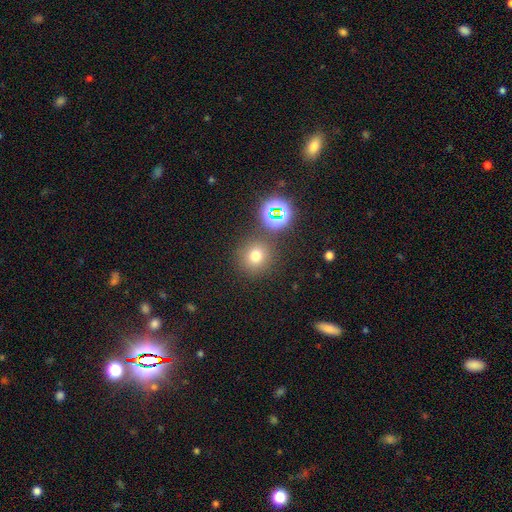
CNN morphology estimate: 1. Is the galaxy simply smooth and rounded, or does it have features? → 70% smooth, 22% star or artifact, 9% featured or disk.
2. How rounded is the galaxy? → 90% round, 9% in between, 1% cigar-shaped.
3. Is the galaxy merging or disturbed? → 80% none, 9% merger, 8% minor disturbance, 4% major disturbance.